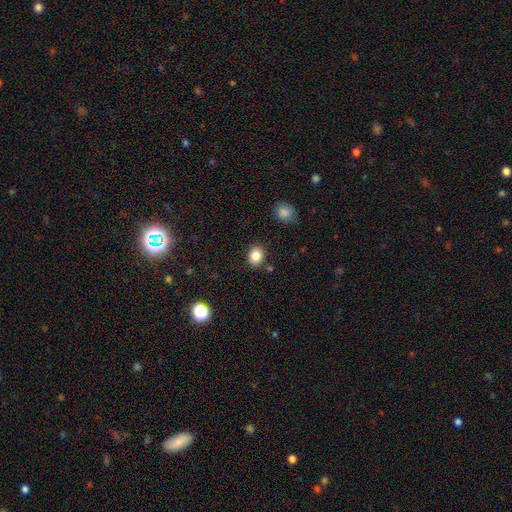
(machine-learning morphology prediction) Q: Smooth or featured?
A: smooth (84%); runner-up: star or artifact (10%)
Q: How rounded?
A: round (59%); runner-up: in between (40%)
Q: Merging?
A: none (85%); runner-up: minor disturbance (9%)